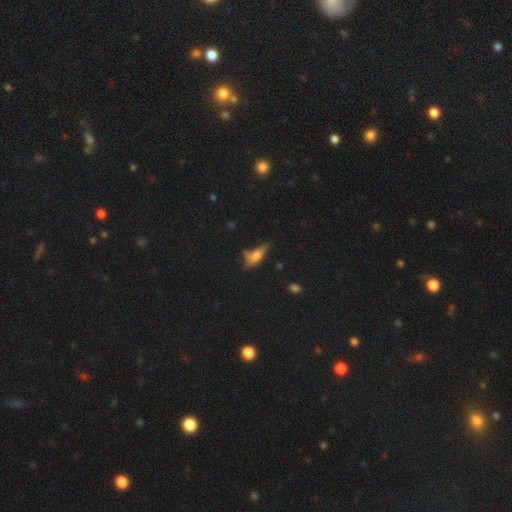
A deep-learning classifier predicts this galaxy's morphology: smooth_or_featured: smooth (p=0.54) [alt: featured or disk p=0.32]
how_rounded: in between (p=0.62) [alt: cigar-shaped p=0.32]
merging: none (p=0.43) [alt: minor disturbance p=0.27]